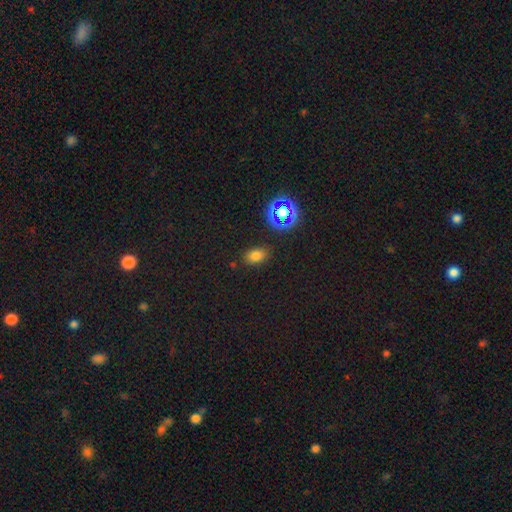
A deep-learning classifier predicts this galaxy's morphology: type=smooth (71%); roundness=in between (81%); merging=none (84%).